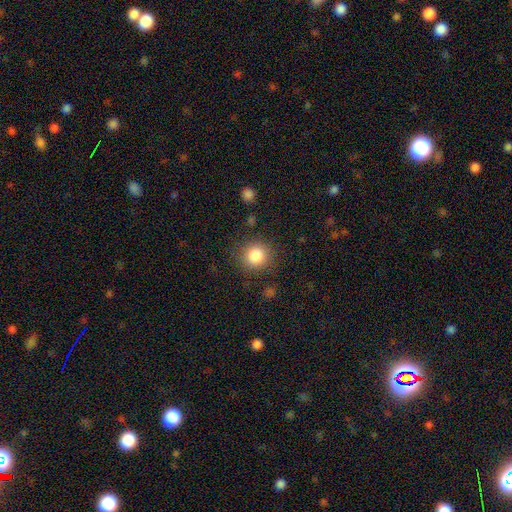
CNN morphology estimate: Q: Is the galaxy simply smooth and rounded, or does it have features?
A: smooth — 84%.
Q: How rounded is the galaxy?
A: round — 91%.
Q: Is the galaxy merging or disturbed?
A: none — 86%.